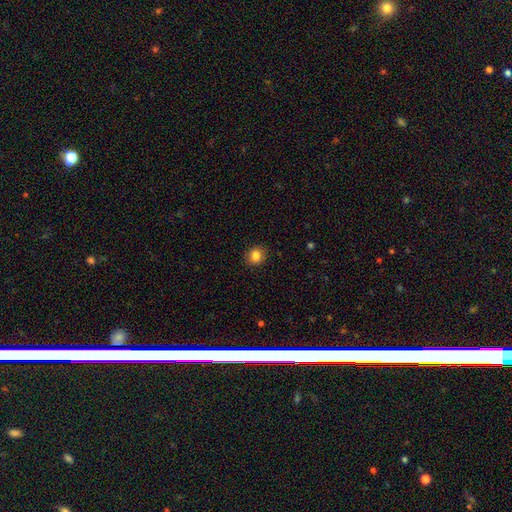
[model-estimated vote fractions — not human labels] Smooth or featured? Predicted: smooth (p=0.84). How rounded? Predicted: round (p=0.79). Merging? Predicted: none (p=0.90).